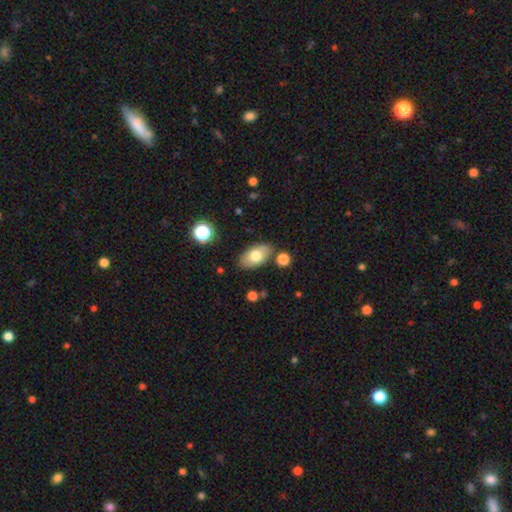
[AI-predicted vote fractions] Q: Smooth or featured?
A: smooth (73%); runner-up: featured or disk (20%)
Q: How rounded?
A: in between (92%); runner-up: round (6%)
Q: Merging?
A: none (81%); runner-up: minor disturbance (12%)